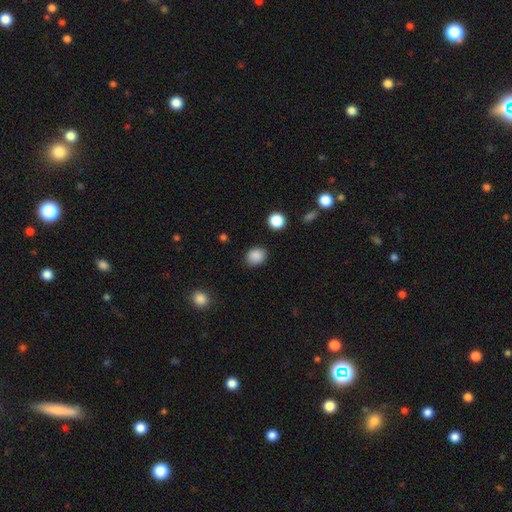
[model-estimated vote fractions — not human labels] Smooth or featured?
  - smooth: 87% *
  - star or artifact: 9%
  - featured or disk: 3%
How rounded?
  - round: 56% *
  - in between: 43%
  - cigar-shaped: 1%
Merging?
  - none: 86% *
  - minor disturbance: 10%
  - major disturbance: 3%
  - merger: 2%